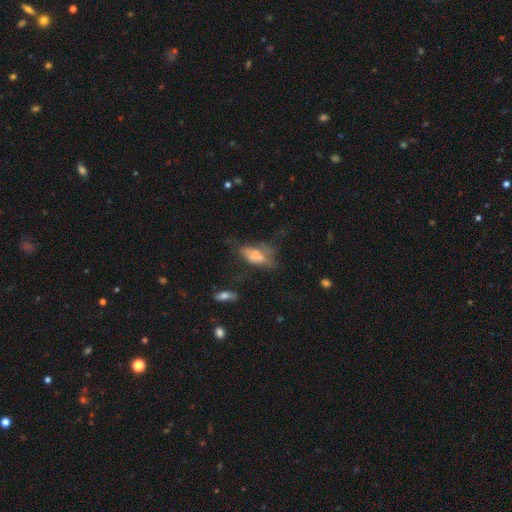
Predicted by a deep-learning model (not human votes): Overall: smooth (56%; featured or disk 32%). How rounded: in between (75%). Merging: major disturbance (37%; none 31%).